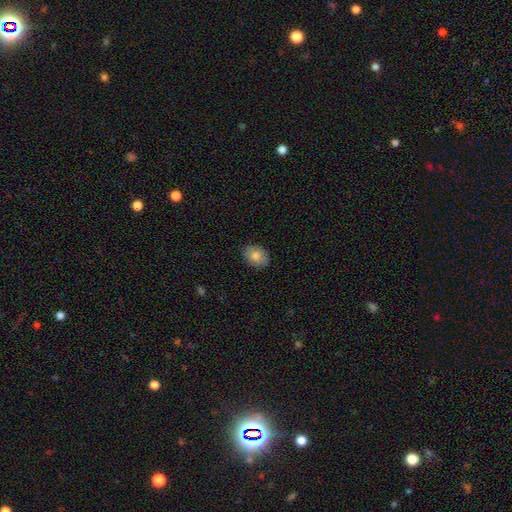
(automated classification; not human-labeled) Smooth or featured? Predicted: smooth (p=0.80). How rounded? Predicted: in between (p=0.73). Merging? Predicted: none (p=0.88).